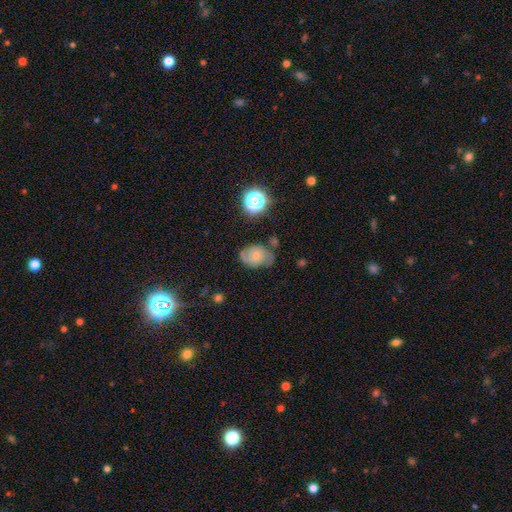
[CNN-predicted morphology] smooth_or_featured: featured or disk (p=0.50) [alt: smooth p=0.38]
merging: none (p=0.55) [alt: minor disturbance p=0.28]